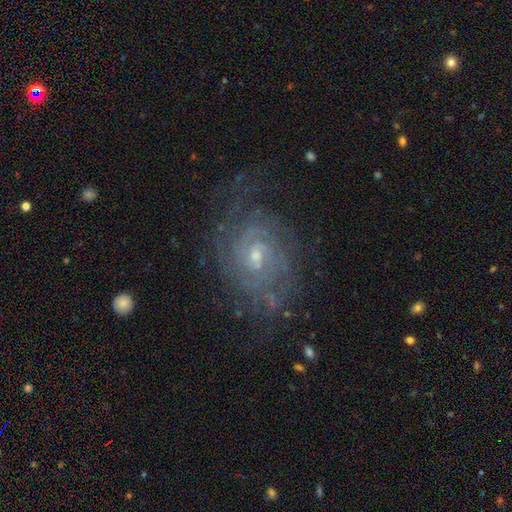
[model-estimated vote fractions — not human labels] smooth-or-featured: featured or disk: 77% | smooth: 12% | star or artifact: 11%
  disk-edge-on: no: 96% | yes: 4%
    bar: no: 54% | weak: 39% | strong: 6%
    has-spiral-arms: yes: 90% | no: 10%
      spiral-winding: tight: 61% | medium: 30% | loose: 9%
      spiral-arm-count: can't tell: 47% | 2: 24% | 3: 11% | 4: 7% | 1: 6% | more than 4: 5%
    bulge-size: small: 55% | moderate: 40% | none: 2% | large: 2% | dominant: 1%
  merging: none: 69% | minor disturbance: 19% | major disturbance: 11% | merger: 1%